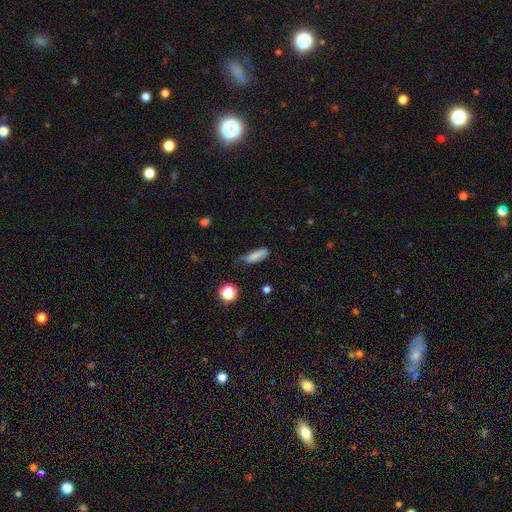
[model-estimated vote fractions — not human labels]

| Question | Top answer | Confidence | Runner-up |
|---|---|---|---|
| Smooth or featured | smooth | 78% | featured or disk (12%) |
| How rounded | in between | 61% | cigar-shaped (35%) |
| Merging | none | 48% | minor disturbance (36%) |